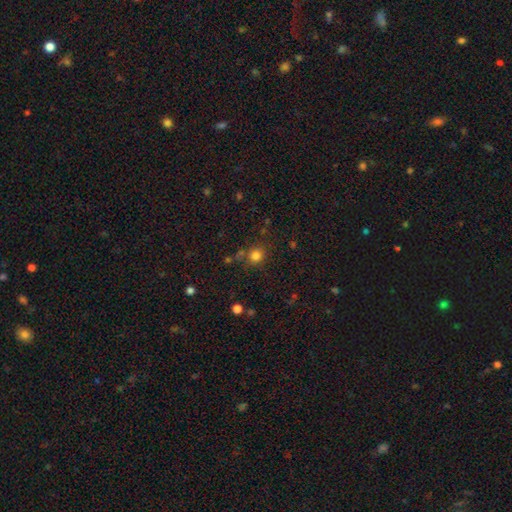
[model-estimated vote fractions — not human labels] Morphology: type=smooth (79%); roundness=round (86%); merging=none (75%).